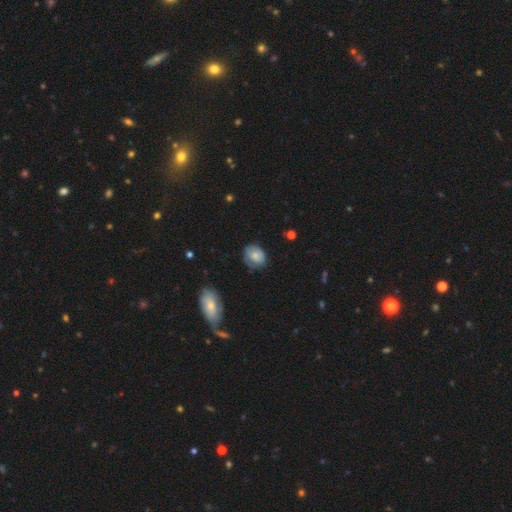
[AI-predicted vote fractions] This appears to be a smooth galaxy with no disk features (70%) that is in between round and cigar-shaped (54%). Merging: none (62%).